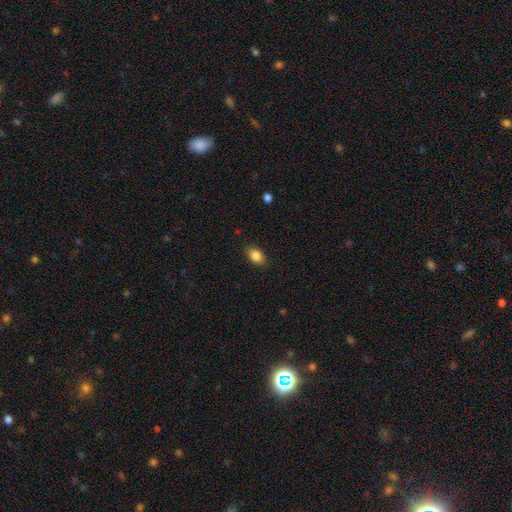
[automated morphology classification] Smooth or featured?
  - smooth: 86% *
  - star or artifact: 9%
  - featured or disk: 5%
How rounded?
  - in between: 82% *
  - round: 17%
  - cigar-shaped: 2%
Merging?
  - none: 85% *
  - minor disturbance: 12%
  - major disturbance: 3%
  - merger: 1%